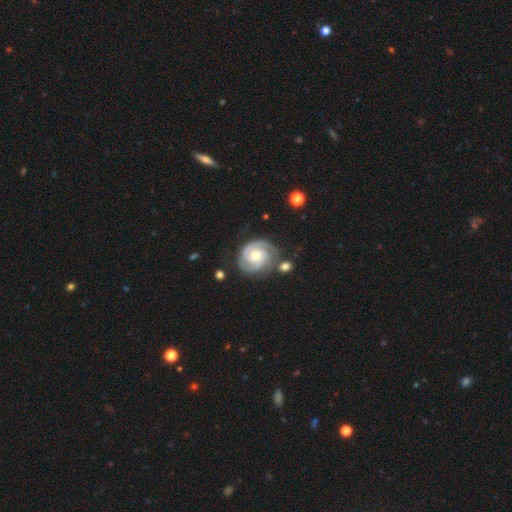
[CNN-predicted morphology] featured or disk 88%, smooth 8%, star or artifact 4%. Down the decision tree: edge-on disk — no (98%); bar — no (69%); spiral arms — yes (98%); spiral arm count — 2 (67%); spiral winding — tight (71%); bulge size — moderate (63%); merging — none (74%).